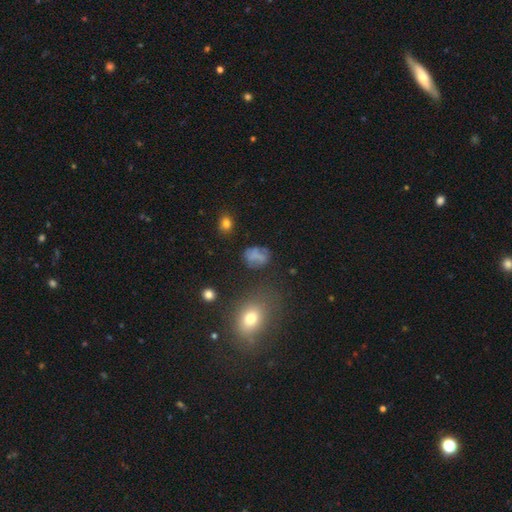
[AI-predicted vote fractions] Smooth or featured? Predicted: smooth (p=0.60). How rounded? Predicted: in between (p=0.65). Merging? Predicted: none (p=0.50).